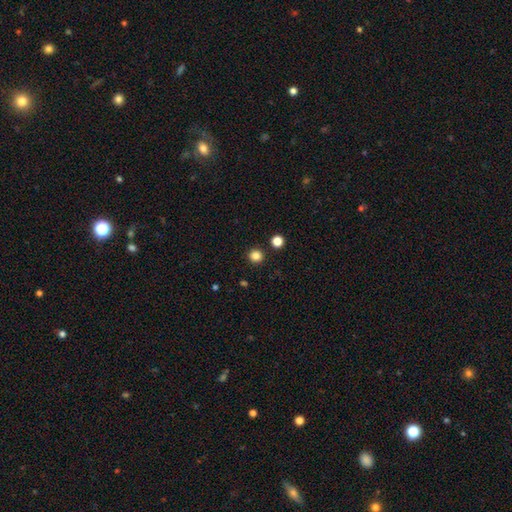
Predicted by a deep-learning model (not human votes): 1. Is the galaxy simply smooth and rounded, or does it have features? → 84% smooth, 13% star or artifact, 3% featured or disk.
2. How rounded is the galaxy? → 95% round, 4% in between, 1% cigar-shaped.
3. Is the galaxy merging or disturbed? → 91% none, 4% minor disturbance, 2% merger, 2% major disturbance.